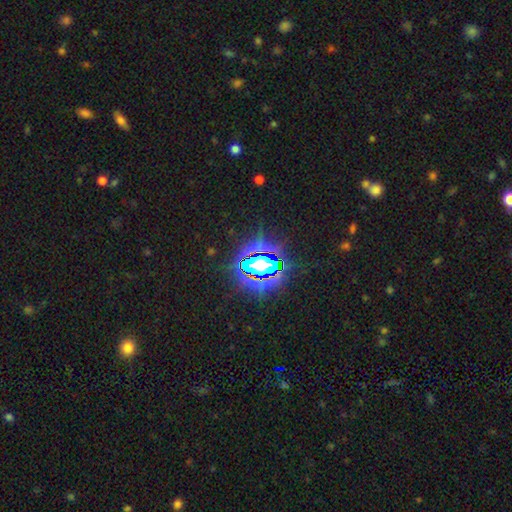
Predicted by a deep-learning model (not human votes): A star or artifact, not a galaxy (73%).